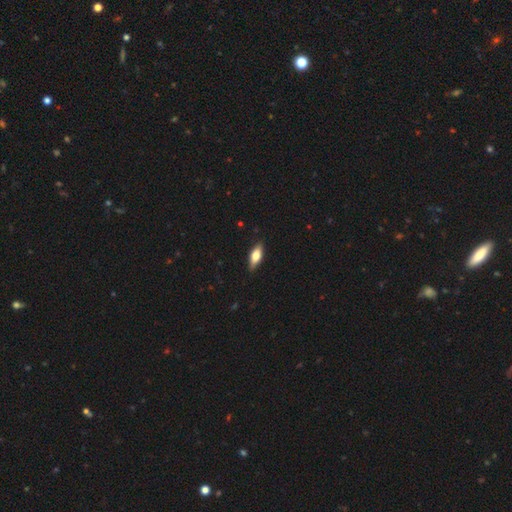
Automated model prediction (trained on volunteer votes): smooth 65%, featured or disk 29%, star or artifact 6%. Down the decision tree: how rounded — in between (71%); merging — none (87%).